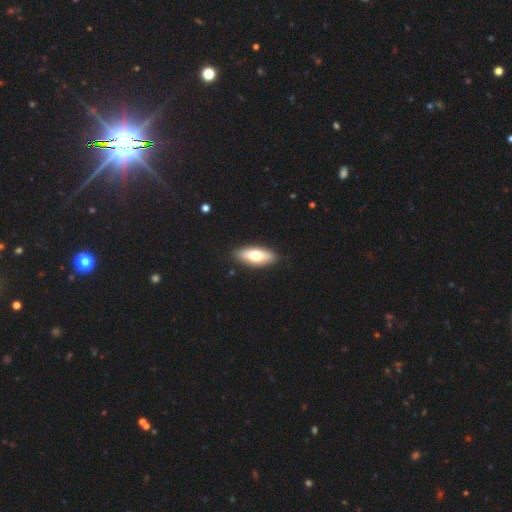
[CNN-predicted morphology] smooth_or_featured: smooth (p=0.66) [alt: featured or disk p=0.28]
how_rounded: in between (p=0.74) [alt: cigar-shaped p=0.23]
merging: none (p=0.88) [alt: minor disturbance p=0.09]